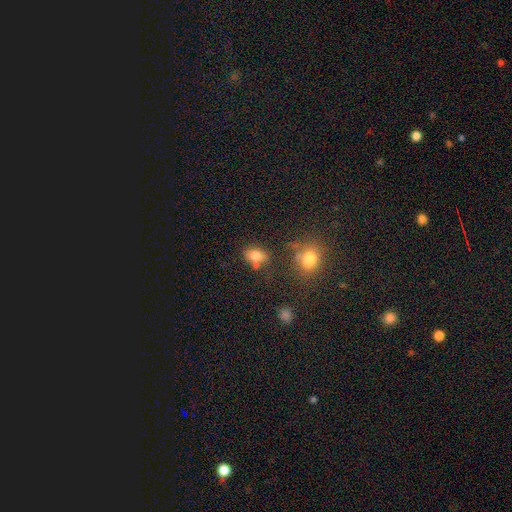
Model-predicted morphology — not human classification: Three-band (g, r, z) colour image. It shows a smooth galaxy with no disk features (77%) that is in between round and cigar-shaped (77%). Merging: none (62%).